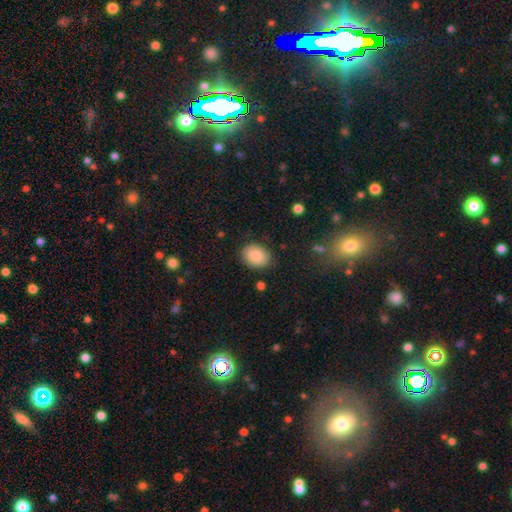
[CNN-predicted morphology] Smooth or featured? smooth (86%)
How rounded? in between (60%)
Merging? none (83%)